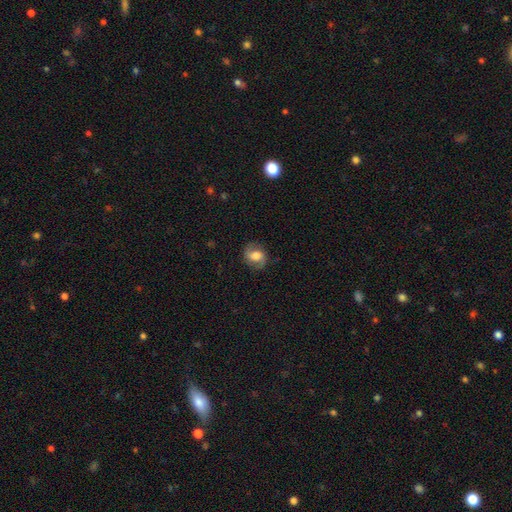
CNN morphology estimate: smooth-or-featured: featured or disk: 49% | smooth: 42% | star or artifact: 9%
  merging: none: 80% | minor disturbance: 14% | major disturbance: 5% | merger: 1%